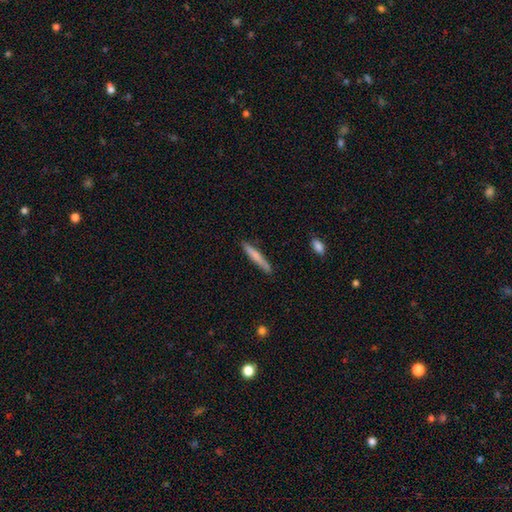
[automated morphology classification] A smooth galaxy with no disk features (68%) that is cigar-shaped (94%). Merging: none (87%).